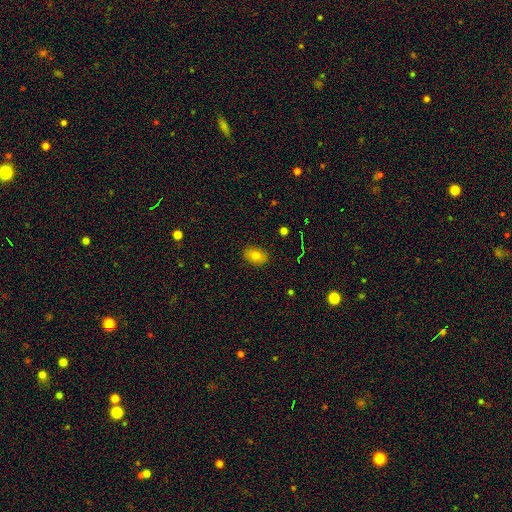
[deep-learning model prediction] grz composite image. It shows a smooth galaxy with no disk features (77%) that is in between round and cigar-shaped (84%). Merging: none (88%).